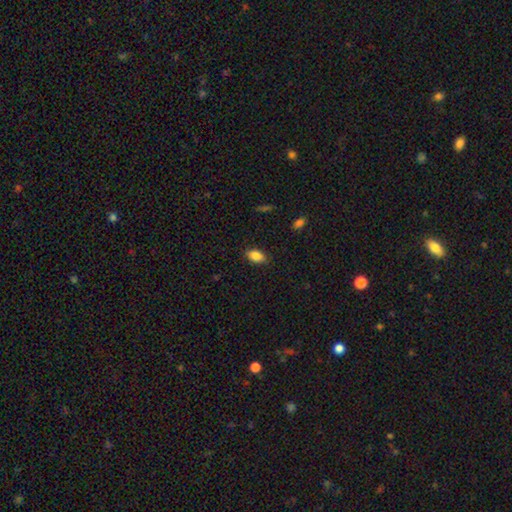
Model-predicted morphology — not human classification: smooth-or-featured: smooth: 86% | star or artifact: 8% | featured or disk: 6%
  how-rounded: in between: 90% | round: 7% | cigar-shaped: 4%
  merging: none: 85% | minor disturbance: 11% | major disturbance: 3% | merger: 1%